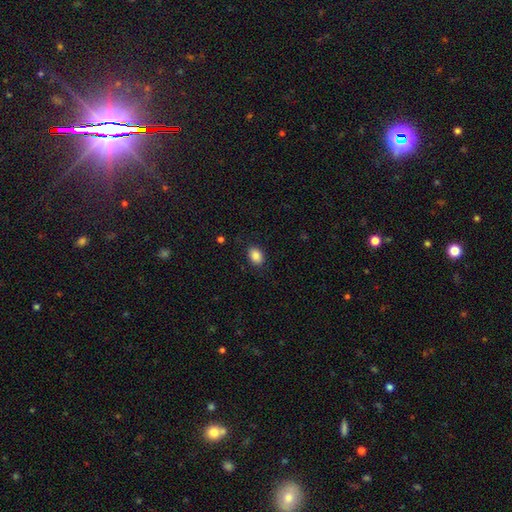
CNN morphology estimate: This appears to be a smooth galaxy with no disk features (87%) that is in between round and cigar-shaped (73%). Merging: none (87%).